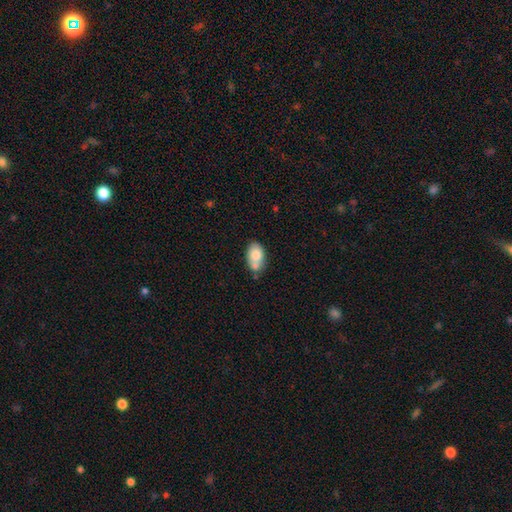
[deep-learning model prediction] Smooth or featured?
  - smooth: 77% *
  - featured or disk: 16%
  - star or artifact: 8%
How rounded?
  - in between: 88% *
  - round: 10%
  - cigar-shaped: 2%
Merging?
  - none: 48% *
  - merger: 28%
  - minor disturbance: 20%
  - major disturbance: 5%